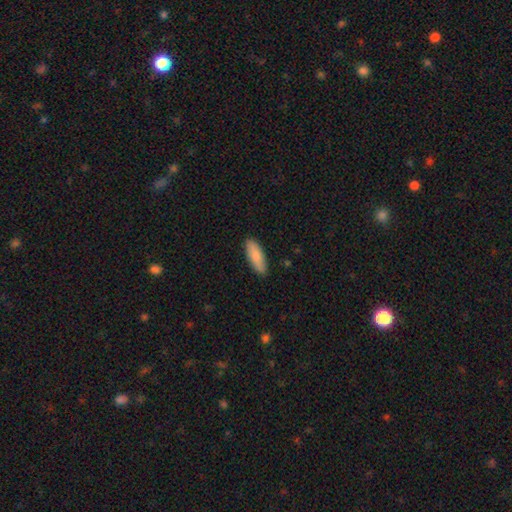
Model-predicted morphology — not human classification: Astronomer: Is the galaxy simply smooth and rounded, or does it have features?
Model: smooth — 86%.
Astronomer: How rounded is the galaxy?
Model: in between — 67%.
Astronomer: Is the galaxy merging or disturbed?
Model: none — 88%.